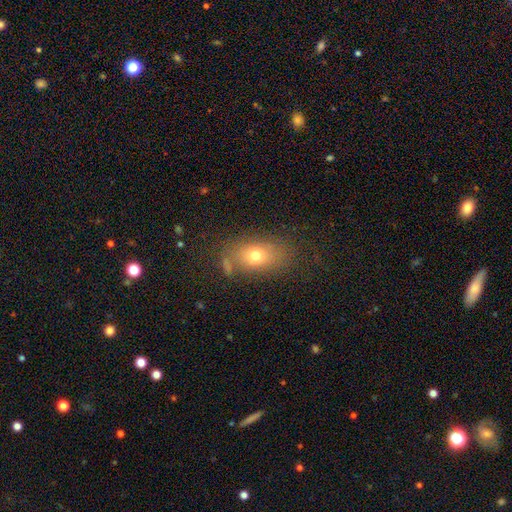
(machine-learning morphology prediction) type=smooth (71%); roundness=in between (80%); merging=none (69%).